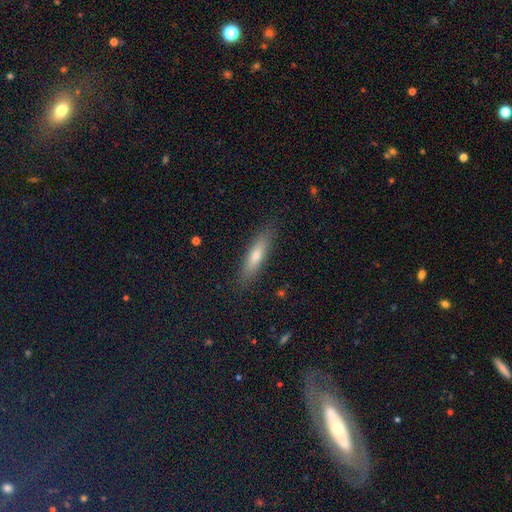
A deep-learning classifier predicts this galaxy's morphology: smooth-or-featured: smooth: 65% | featured or disk: 27% | star or artifact: 8%
  how-rounded: cigar-shaped: 79% | in between: 19% | round: 2%
  merging: none: 88% | minor disturbance: 9% | major disturbance: 2% | merger: 1%